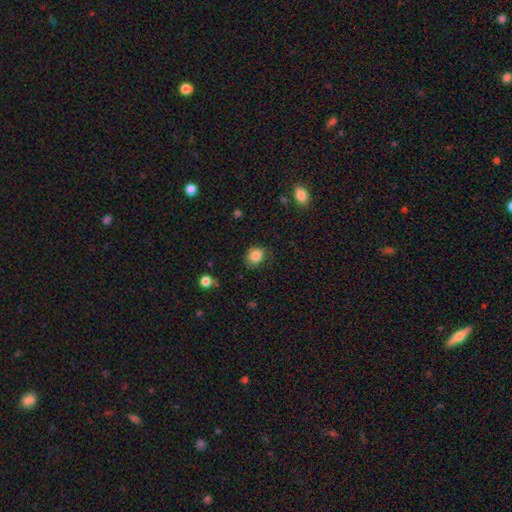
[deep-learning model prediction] smooth-or-featured: smooth: 84% | star or artifact: 10% | featured or disk: 6%
  how-rounded: round: 69% | in between: 30% | cigar-shaped: 1%
  merging: none: 78% | minor disturbance: 17% | major disturbance: 4% | merger: 1%